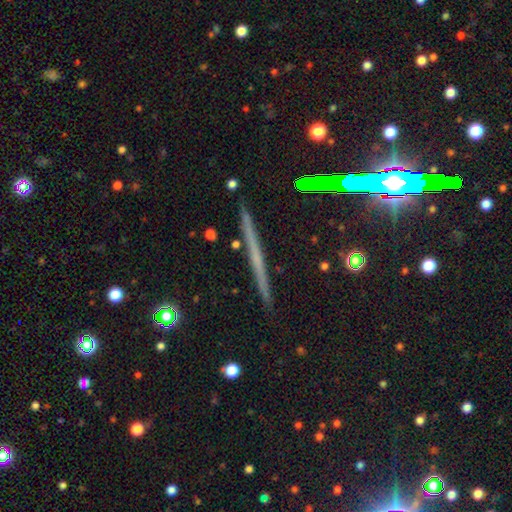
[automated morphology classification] smooth-or-featured: featured or disk: 59% | smooth: 23% | star or artifact: 18%
  disk-edge-on: yes: 97% | no: 3%
    edge-on-bulge: none: 74% | rounded: 19% | boxy: 7%
  merging: none: 90% | minor disturbance: 7% | merger: 2% | major disturbance: 2%